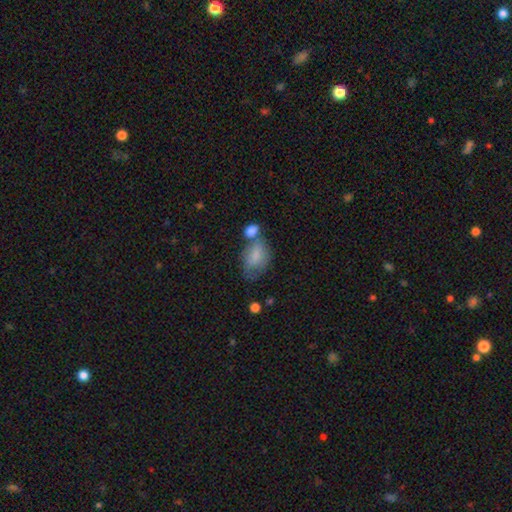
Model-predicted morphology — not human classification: Overall: smooth (77%). How rounded: in between (85%). Merging: merger (31%, tied with none).